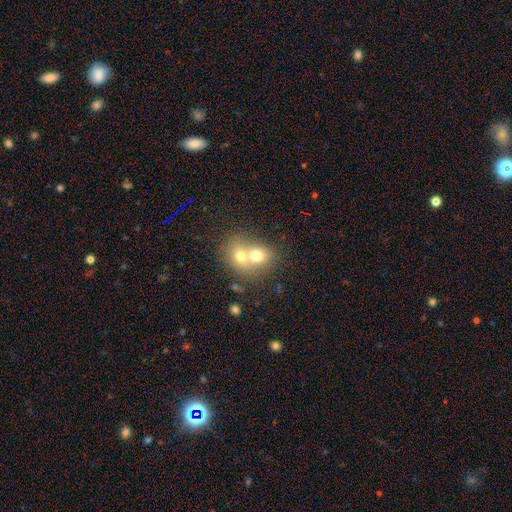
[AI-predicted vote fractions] Smooth or featured?
  - smooth: 68% *
  - featured or disk: 22%
  - star or artifact: 11%
How rounded?
  - round: 59% *
  - in between: 40%
  - cigar-shaped: 1%
Merging?
  - merger: 72% *
  - none: 21%
  - minor disturbance: 5%
  - major disturbance: 3%